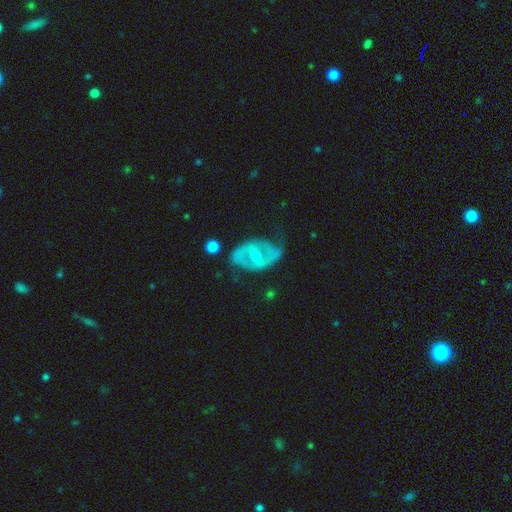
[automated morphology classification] Q: Smooth or featured?
A: featured or disk (76%); runner-up: smooth (18%)
Q: Edge-on disk?
A: no (94%); runner-up: yes (6%)
Q: Bar?
A: strong (47%); runner-up: weak (35%)
Q: Spiral arms?
A: yes (57%); runner-up: no (43%)
Q: Bulge size?
A: moderate (53%); runner-up: small (44%)
Q: Merging?
A: none (52%); runner-up: minor disturbance (28%)